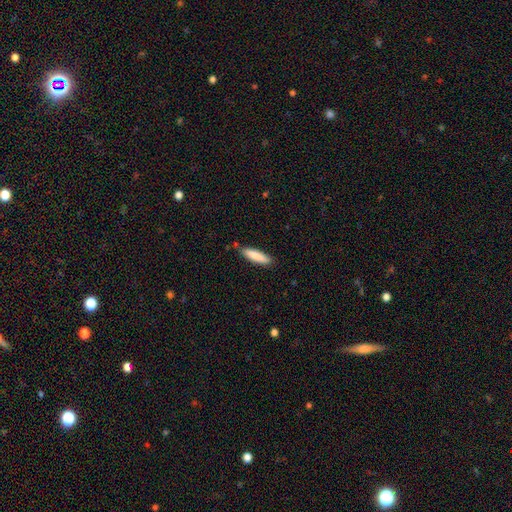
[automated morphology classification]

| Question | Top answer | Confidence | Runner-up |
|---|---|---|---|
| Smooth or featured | smooth | 86% | featured or disk (9%) |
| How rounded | cigar-shaped | 73% | in between (25%) |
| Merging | none | 83% | minor disturbance (12%) |